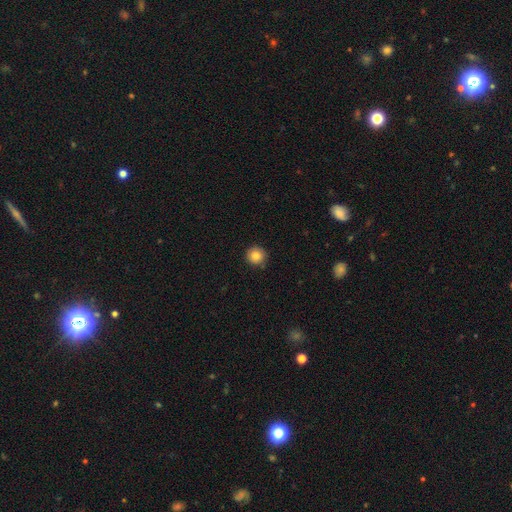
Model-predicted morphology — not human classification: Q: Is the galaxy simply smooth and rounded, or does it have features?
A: smooth — 83%.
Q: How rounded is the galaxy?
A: round — 95%.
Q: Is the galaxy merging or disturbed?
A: none — 88%.